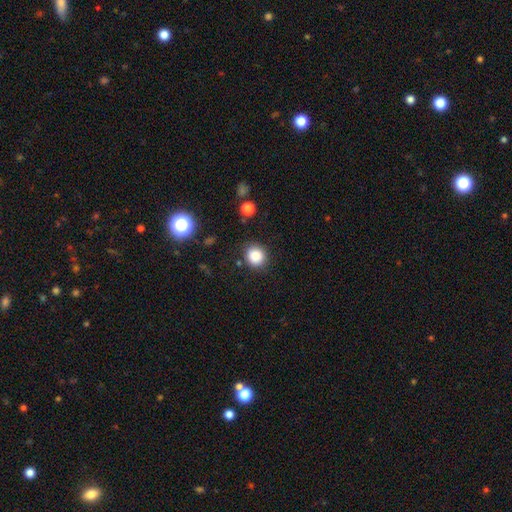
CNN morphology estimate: Smooth or featured? smooth (84%)
How rounded? round (85%)
Merging? none (83%)